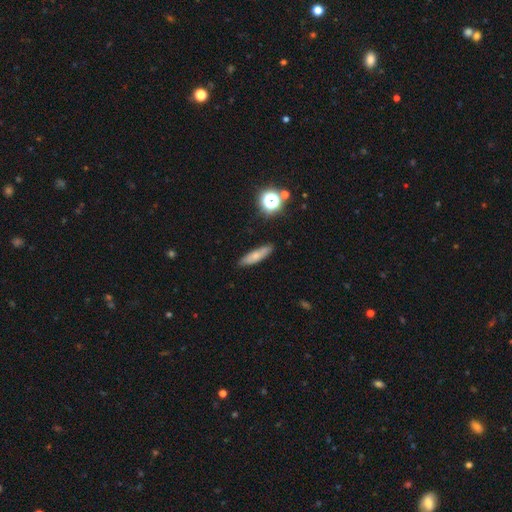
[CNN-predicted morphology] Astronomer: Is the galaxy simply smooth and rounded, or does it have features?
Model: smooth — 69%.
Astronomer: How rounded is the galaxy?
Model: cigar-shaped — 69%.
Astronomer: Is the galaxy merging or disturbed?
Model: none — 85%.